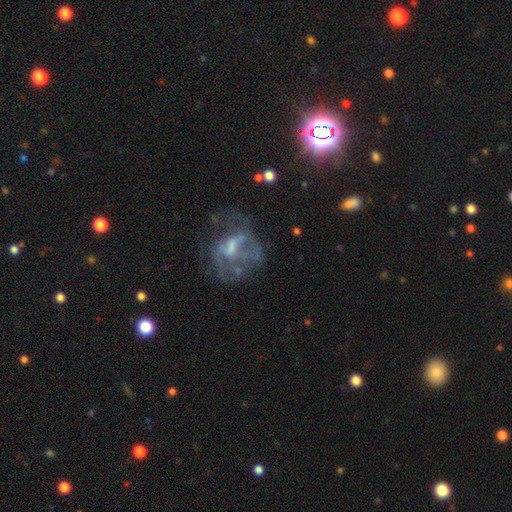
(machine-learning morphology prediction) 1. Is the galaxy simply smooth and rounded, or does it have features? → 58% featured or disk, 26% star or artifact, 17% smooth.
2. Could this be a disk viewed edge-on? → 95% no, 5% yes.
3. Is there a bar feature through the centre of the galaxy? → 46% no, 40% weak, 14% strong.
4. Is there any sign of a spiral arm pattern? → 68% yes, 32% no.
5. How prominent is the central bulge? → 50% small, 37% moderate, 8% none, 3% large, 2% dominant.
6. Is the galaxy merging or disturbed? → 66% none, 16% minor disturbance, 15% major disturbance, 4% merger.